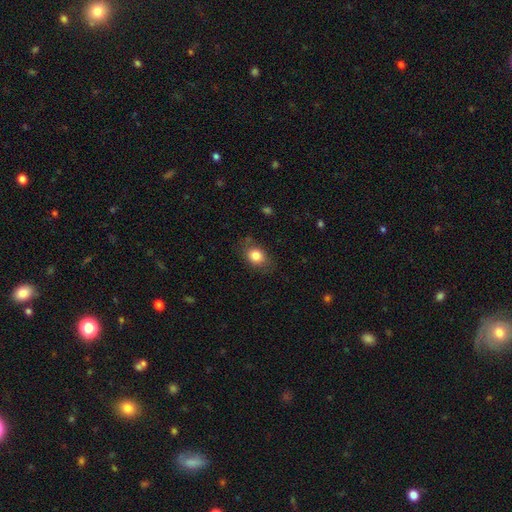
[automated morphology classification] This appears to be a smooth galaxy with no disk features (82%) that is in between round and cigar-shaped (60%). Merging: none (74%).